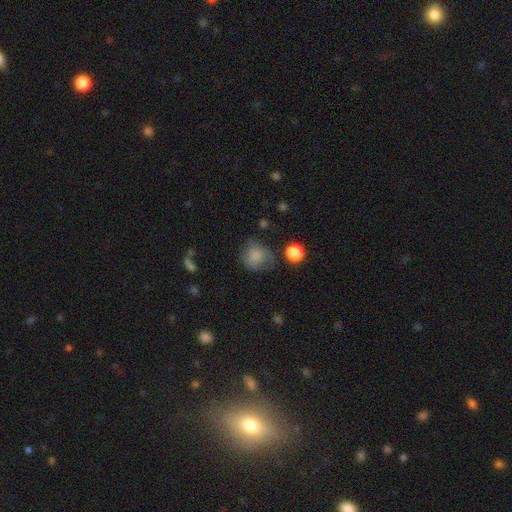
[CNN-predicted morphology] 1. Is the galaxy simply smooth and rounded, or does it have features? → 77% smooth, 12% featured or disk, 11% star or artifact.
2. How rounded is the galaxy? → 76% round, 23% in between, 1% cigar-shaped.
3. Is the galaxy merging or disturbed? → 54% none, 27% minor disturbance, 15% major disturbance, 3% merger.